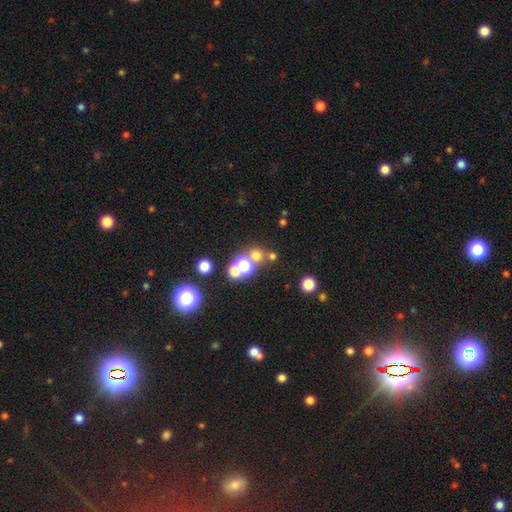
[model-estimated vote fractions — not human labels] A smooth galaxy with no disk features (59%) that is round (86%). Merging: none (61%).